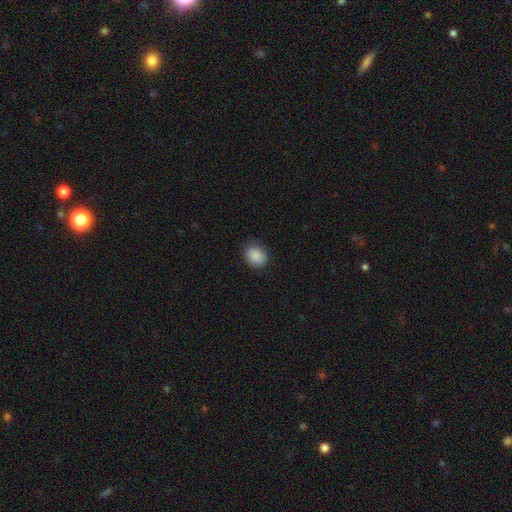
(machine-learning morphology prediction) smooth 89%, star or artifact 8%, featured or disk 3%. Down the decision tree: how rounded — round (50%); merging — none (81%).